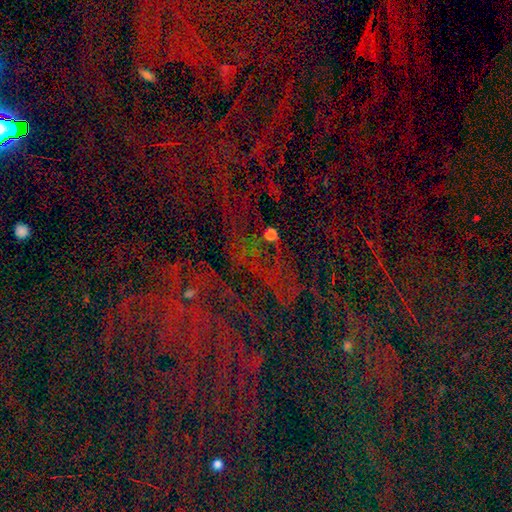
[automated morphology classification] star or artifact 79%, smooth 12%, featured or disk 9%.